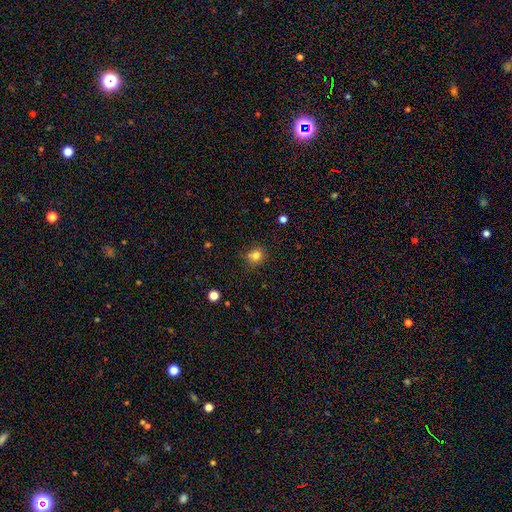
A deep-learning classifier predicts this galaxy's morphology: This appears to be a smooth galaxy with no disk features (80%) that is round (78%). Merging: none (76%).